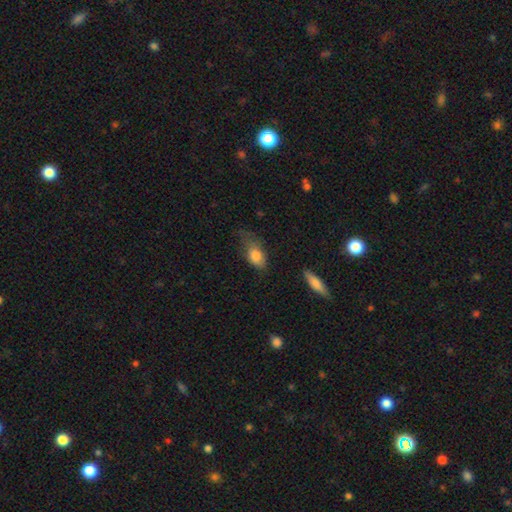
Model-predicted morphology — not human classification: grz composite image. It shows a smooth galaxy with no disk features (81%) that is in between round and cigar-shaped (85%). Merging: minor disturbance (37%).